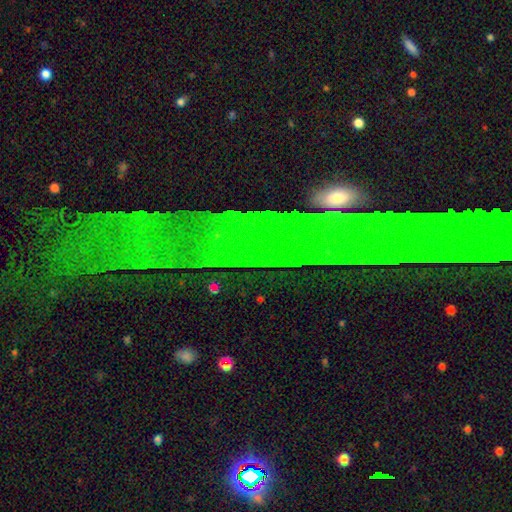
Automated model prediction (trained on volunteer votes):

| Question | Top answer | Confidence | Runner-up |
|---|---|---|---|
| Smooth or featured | star or artifact | 68% | featured or disk (18%) |